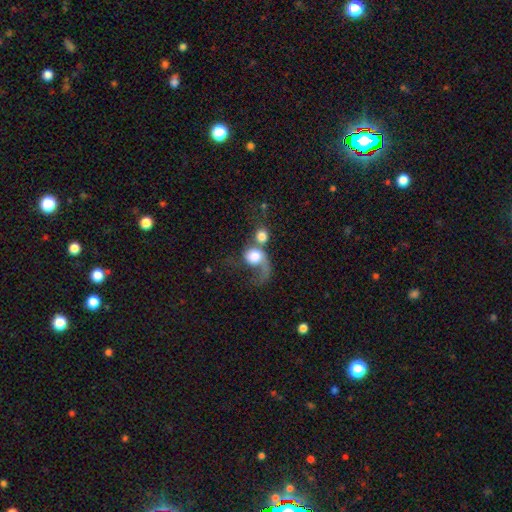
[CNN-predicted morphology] Smooth or featured? smooth (52%)
How rounded? round (69%)
Merging? merger (55%)